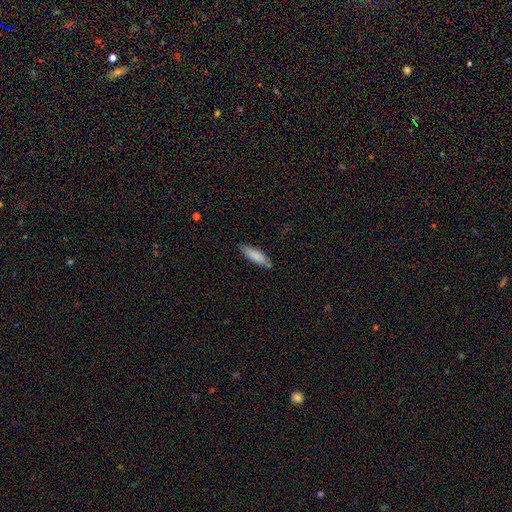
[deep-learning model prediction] Overall: smooth (85%). How rounded: in between (52%; cigar-shaped 47%). Merging: none (75%).